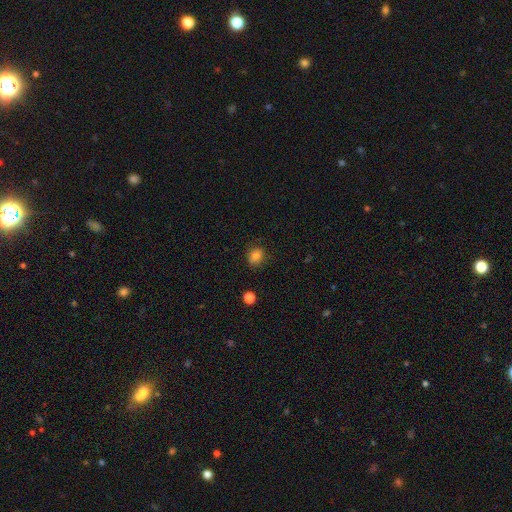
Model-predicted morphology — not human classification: Q: Smooth or featured?
A: smooth (82%); runner-up: star or artifact (11%)
Q: How rounded?
A: round (60%); runner-up: in between (39%)
Q: Merging?
A: none (80%); runner-up: minor disturbance (14%)